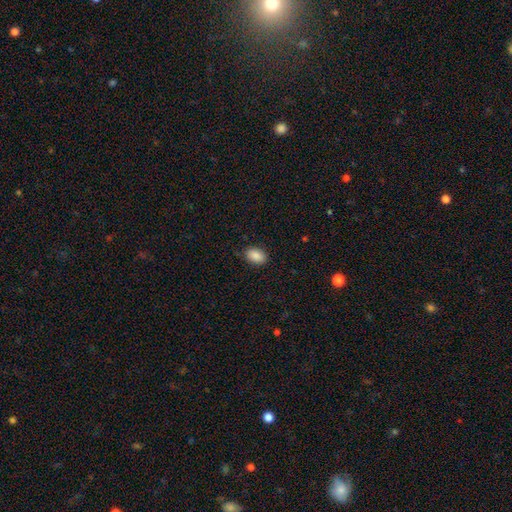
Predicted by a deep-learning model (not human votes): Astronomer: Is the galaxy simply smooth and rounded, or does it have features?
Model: smooth — 88%.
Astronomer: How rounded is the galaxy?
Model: in between — 87%.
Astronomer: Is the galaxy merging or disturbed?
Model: none — 85%.